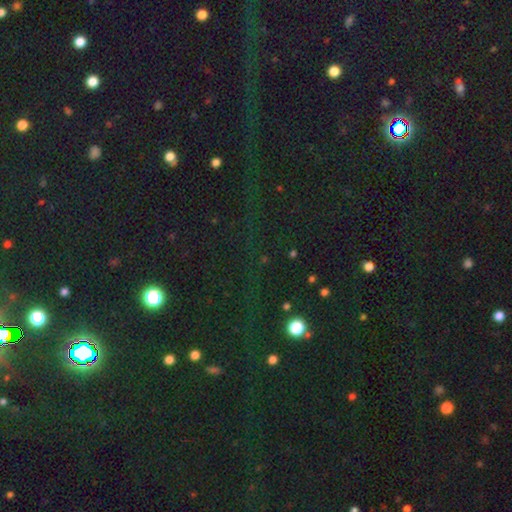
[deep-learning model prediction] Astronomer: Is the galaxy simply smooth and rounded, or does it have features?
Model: star or artifact — 81%.